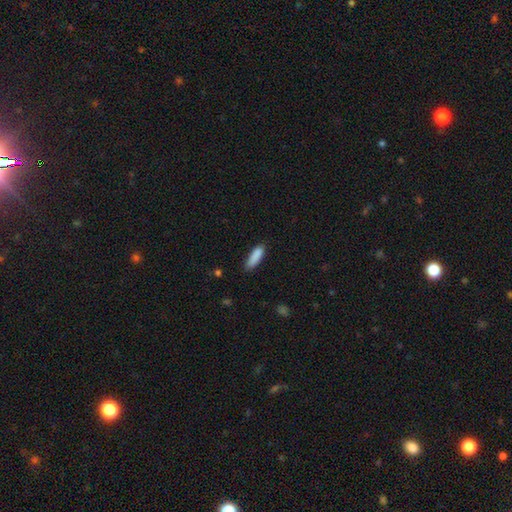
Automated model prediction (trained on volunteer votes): smooth_or_featured: smooth (p=0.88) [alt: star or artifact p=0.06]
how_rounded: cigar-shaped (p=0.58) [alt: in between p=0.41]
merging: none (p=0.79) [alt: minor disturbance p=0.17]